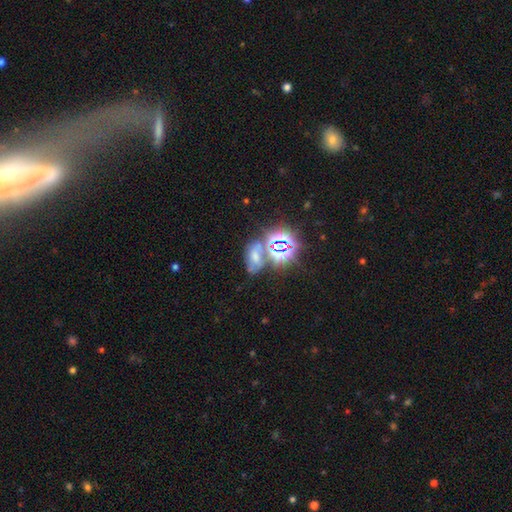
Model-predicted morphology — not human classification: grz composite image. It shows a star or artifact, not a galaxy (44%).